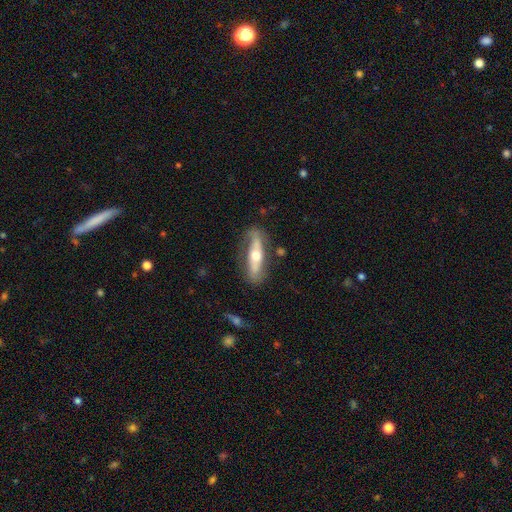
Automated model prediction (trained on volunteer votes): The model was most divided on "edge-on disk": yes: 57%, no: 43%. More confident: merging — none (73%); smooth or featured — featured or disk (59%).